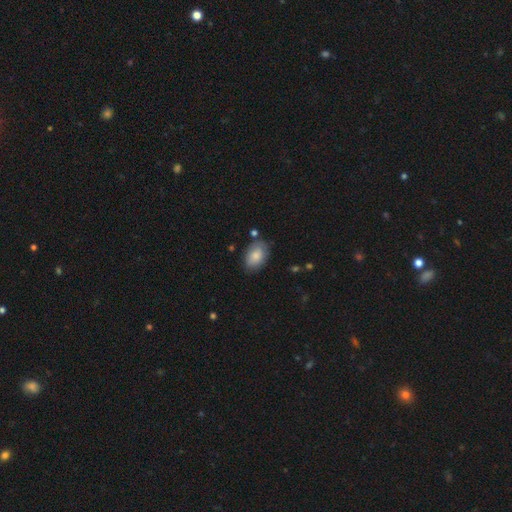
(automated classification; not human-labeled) Smooth or featured? smooth (81%)
How rounded? in between (89%)
Merging? none (74%)